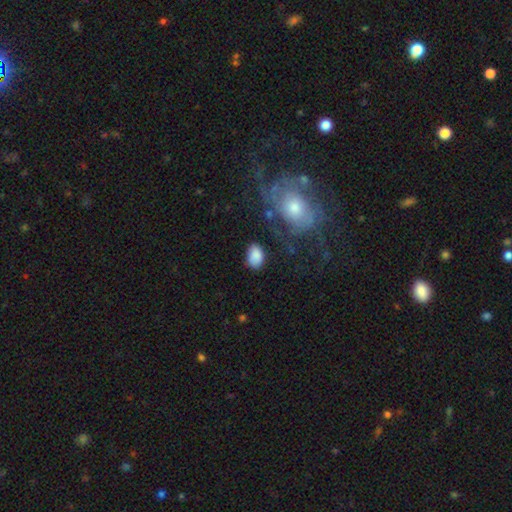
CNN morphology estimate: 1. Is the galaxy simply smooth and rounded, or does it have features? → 85% smooth, 8% star or artifact, 7% featured or disk.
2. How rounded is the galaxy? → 83% in between, 16% round, 1% cigar-shaped.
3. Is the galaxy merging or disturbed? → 71% none, 18% minor disturbance, 7% major disturbance, 4% merger.